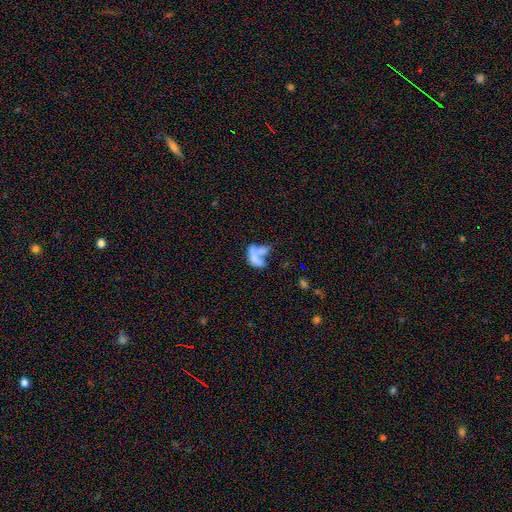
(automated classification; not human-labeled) The model was most divided on "smooth or featured": smooth: 55%, featured or disk: 33%, star or artifact: 12%. More confident: how rounded — in between (78%); merging — merger (52%).